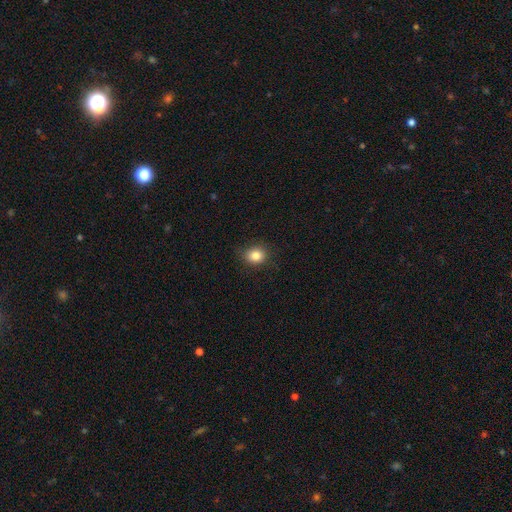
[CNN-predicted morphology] Smooth or featured?
  - smooth: 84% *
  - star or artifact: 11%
  - featured or disk: 5%
How rounded?
  - round: 65% *
  - in between: 34%
  - cigar-shaped: 1%
Merging?
  - none: 85% *
  - minor disturbance: 11%
  - major disturbance: 3%
  - merger: 1%